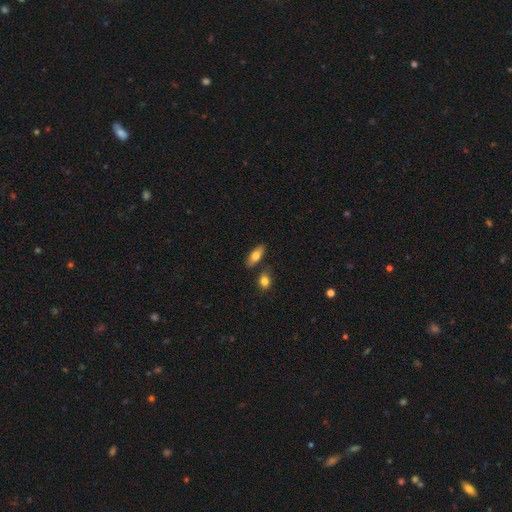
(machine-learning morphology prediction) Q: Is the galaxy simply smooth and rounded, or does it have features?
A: smooth — 73%.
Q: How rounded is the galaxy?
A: in between — 79%.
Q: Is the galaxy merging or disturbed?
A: none — 78%.